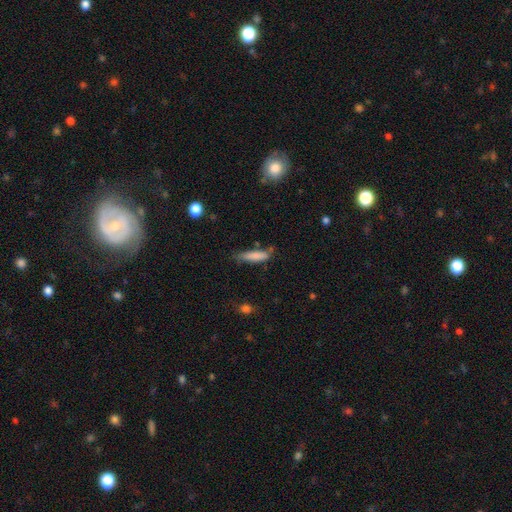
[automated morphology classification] Smooth or featured?
  - smooth: 81% *
  - featured or disk: 12%
  - star or artifact: 7%
How rounded?
  - cigar-shaped: 74% *
  - in between: 24%
  - round: 2%
Merging?
  - none: 61% *
  - minor disturbance: 28%
  - major disturbance: 7%
  - merger: 5%